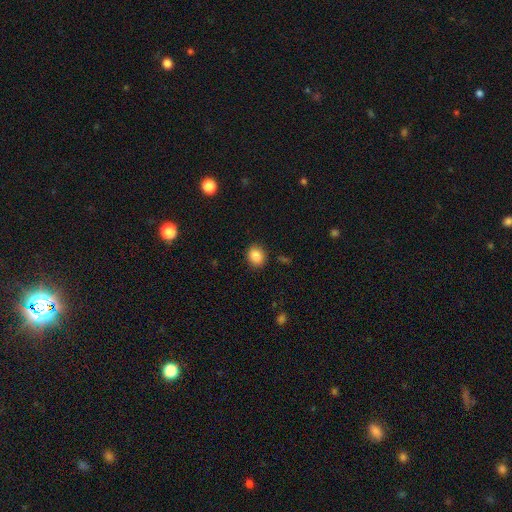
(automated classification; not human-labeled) This appears to be a smooth galaxy with no disk features (87%) that is round (60%). Merging: none (87%).